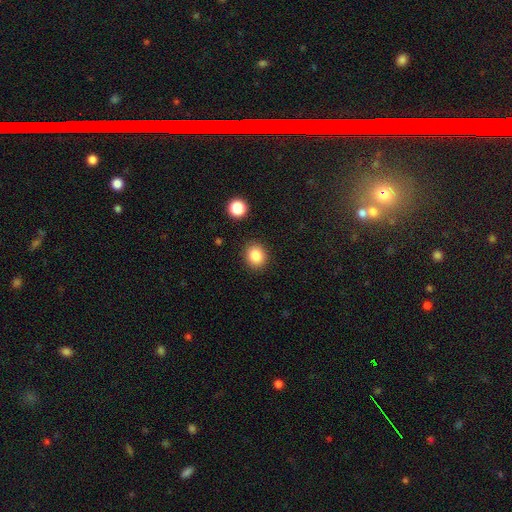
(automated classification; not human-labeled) A smooth galaxy with no disk features (86%) that is round (71%).

Vote fractions:
- Smooth or featured? smooth: 86% / star or artifact: 10% / featured or disk: 5%
- How rounded? round: 71% / in between: 28% / cigar-shaped: 1%
- Merging? none: 89% / minor disturbance: 7% / major disturbance: 2% / merger: 2%